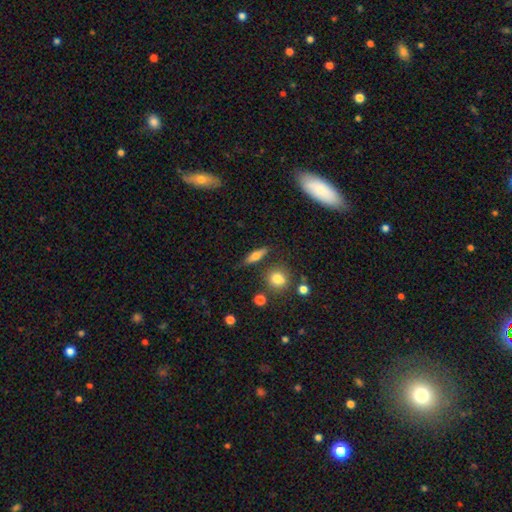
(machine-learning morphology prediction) type=smooth (57%); roundness=cigar-shaped (51%); merging=none (78%).